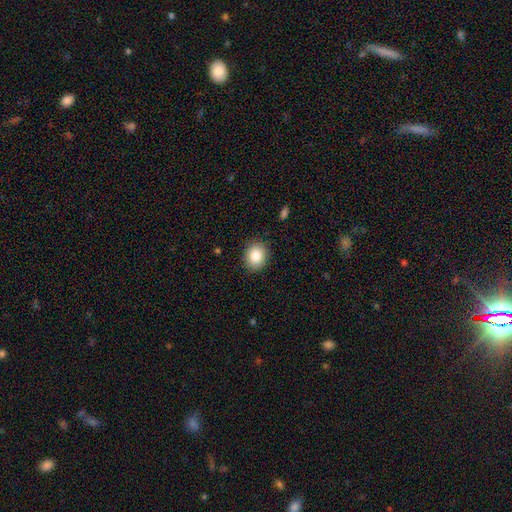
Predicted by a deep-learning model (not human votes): This appears to be a smooth galaxy with no disk features (85%) that is round (58%). Merging: none (89%).